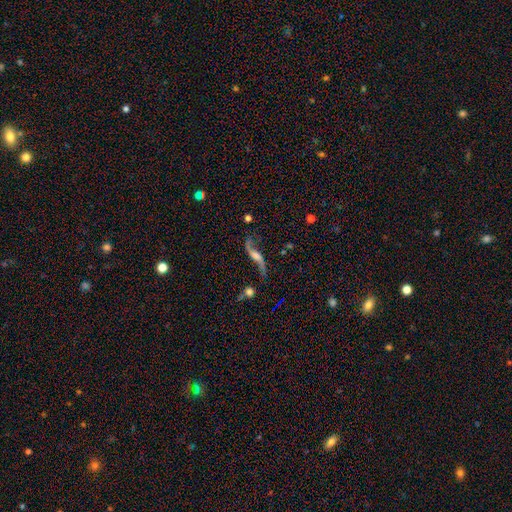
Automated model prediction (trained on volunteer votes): smooth-or-featured: featured or disk: 84% | smooth: 9% | star or artifact: 7%
  disk-edge-on: no: 82% | yes: 18%
    bar: no: 47% | weak: 37% | strong: 16%
    has-spiral-arms: yes: 94% | no: 6%
      spiral-winding: loose: 93% | medium: 5% | tight: 2%
      spiral-arm-count: 2: 93% | 1: 3% | can't tell: 2% | 3: 1% | 4: 1% | more than 4: 1%
    bulge-size: moderate: 32% | small: 24% | none: 23% | large: 18% | dominant: 4%
  merging: none: 62% | minor disturbance: 17% | major disturbance: 12% | merger: 9%